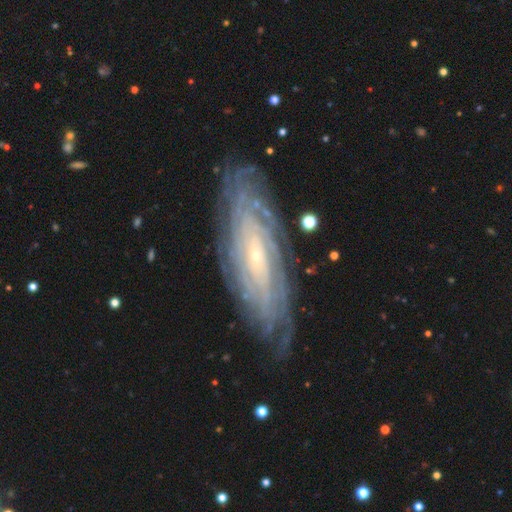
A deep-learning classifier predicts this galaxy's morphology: A featured or disk galaxy (85%) with no bar (64%), tight (82%) spiral arms (95%) and a small central bulge (82%).

Vote fractions:
- Smooth or featured? featured or disk: 85% / smooth: 9% / star or artifact: 6%
- Edge-on disk? no: 86% / yes: 14%
- Bar? no: 64% / weak: 26% / strong: 10%
- Spiral arms? yes: 95% / no: 5%
- Spiral winding? tight: 82% / medium: 14% / loose: 3%
- Spiral arm count? can't tell: 46% / more than 4: 20% / 4: 13% / 2: 8% / 3: 8% / 1: 6%
- Bulge size? small: 82% / moderate: 13% / none: 3% / large: 1% / dominant: 1%
- Merging? none: 81% / minor disturbance: 14% / major disturbance: 4% / merger: 2%